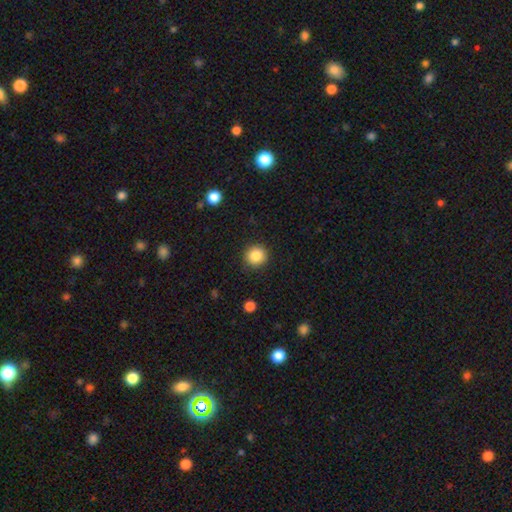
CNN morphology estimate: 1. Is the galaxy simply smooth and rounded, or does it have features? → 85% smooth, 10% star or artifact, 5% featured or disk.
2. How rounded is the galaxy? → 93% round, 6% in between, 1% cigar-shaped.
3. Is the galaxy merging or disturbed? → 90% none, 6% minor disturbance, 2% major disturbance, 1% merger.